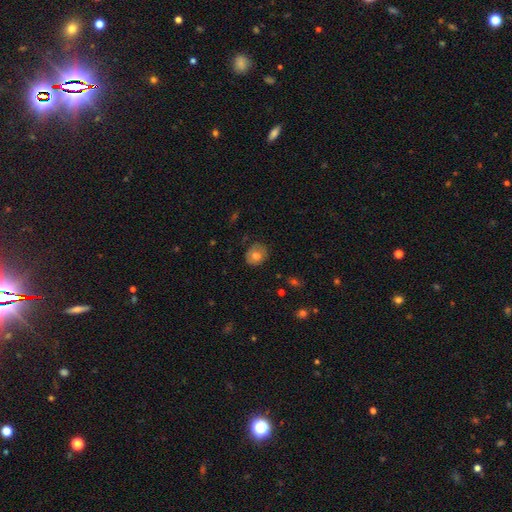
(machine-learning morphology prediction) smooth_or_featured: smooth (p=0.67) [alt: featured or disk p=0.25]
how_rounded: round (p=0.71) [alt: in between p=0.28]
merging: none (p=0.79) [alt: minor disturbance p=0.17]